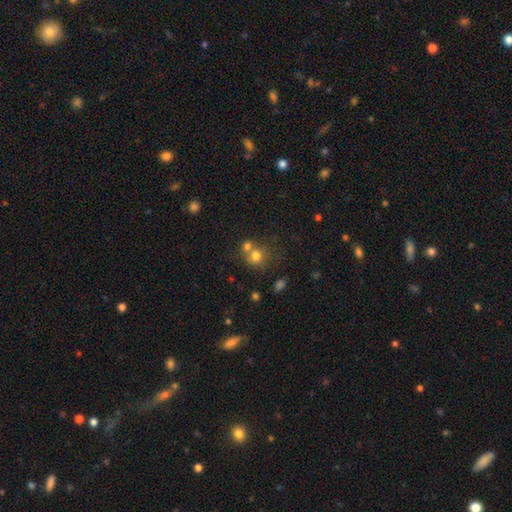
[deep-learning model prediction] smooth_or_featured: smooth (p=0.74) [alt: star or artifact p=0.13]
how_rounded: round (p=0.83) [alt: in between p=0.16]
merging: none (p=0.46) [alt: merger p=0.41]